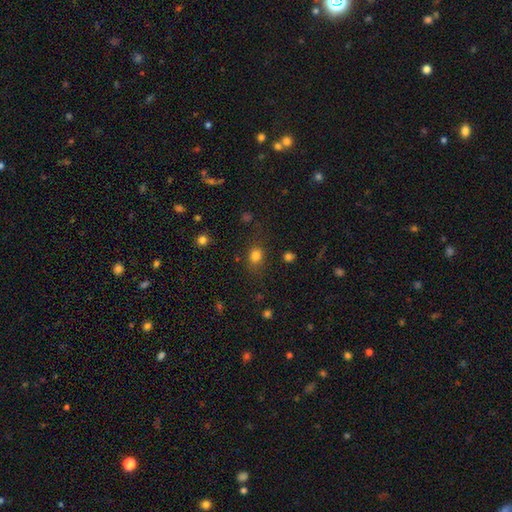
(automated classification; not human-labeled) smooth-or-featured: smooth: 80% | star or artifact: 14% | featured or disk: 6%
  how-rounded: round: 62% | in between: 37% | cigar-shaped: 1%
  merging: none: 76% | minor disturbance: 15% | major disturbance: 6% | merger: 3%